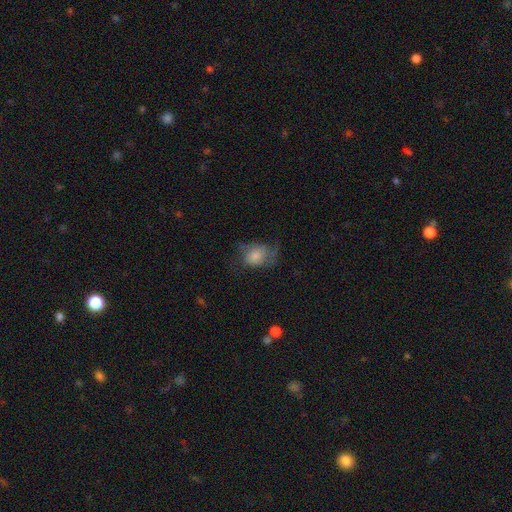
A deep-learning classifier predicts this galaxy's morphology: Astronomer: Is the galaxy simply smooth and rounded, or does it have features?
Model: smooth — 70%.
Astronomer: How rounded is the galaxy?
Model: in between — 57% (runner-up: round, 41%).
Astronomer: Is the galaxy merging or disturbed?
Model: none — 40% (runner-up: major disturbance, 29%).